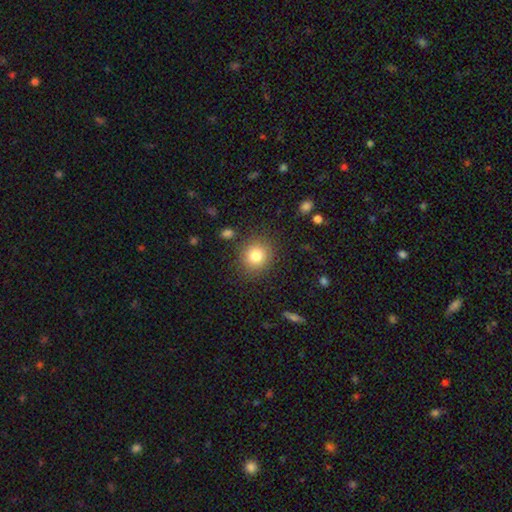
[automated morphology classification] type=smooth (81%); roundness=round (86%); merging=none (87%).